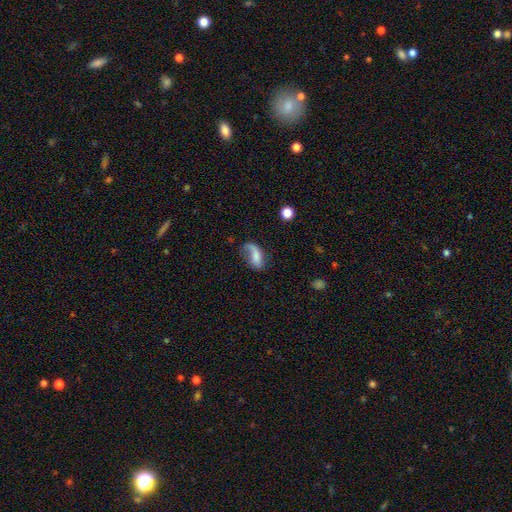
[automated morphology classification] Smooth or featured: featured or disk — 47% (smooth — 44%)
Merging: none — 40% (major disturbance — 32%)